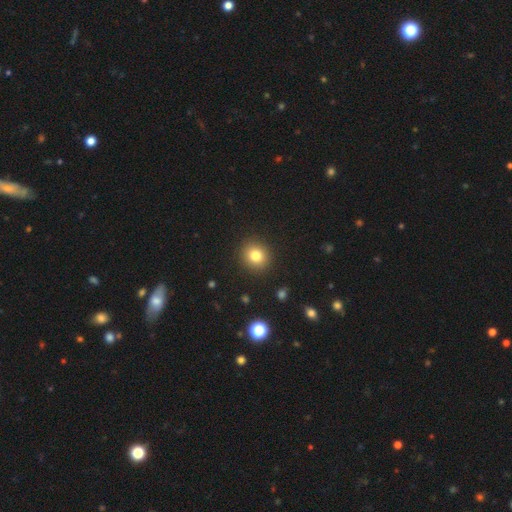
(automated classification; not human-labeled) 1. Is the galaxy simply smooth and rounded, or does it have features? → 81% smooth, 11% star or artifact, 7% featured or disk.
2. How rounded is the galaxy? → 85% round, 14% in between, 1% cigar-shaped.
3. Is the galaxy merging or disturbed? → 91% none, 6% minor disturbance, 2% major disturbance, 1% merger.